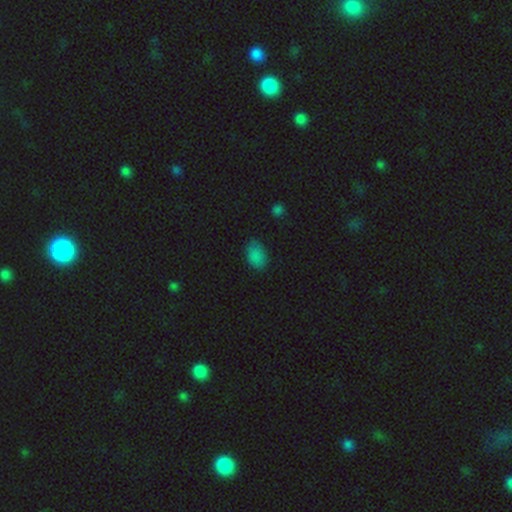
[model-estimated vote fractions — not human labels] This is clearly a smooth galaxy (83%). How rounded: clearly in between (88%). Merging: likely none (76%).